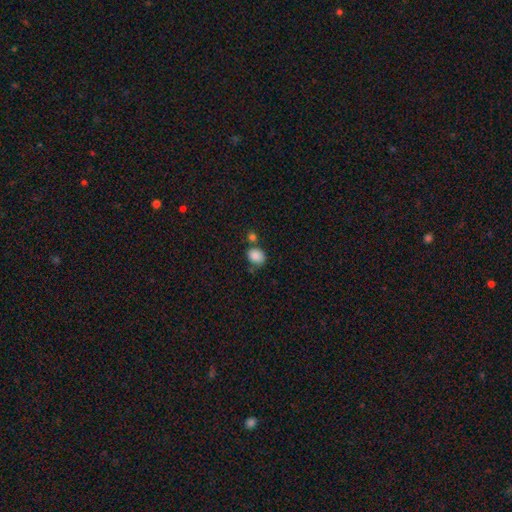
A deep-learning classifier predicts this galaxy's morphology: Smooth or featured: smooth — 86% (star or artifact — 9%)
How rounded: in between — 55% (round — 44%)
Merging: none — 54% (merger — 22%)